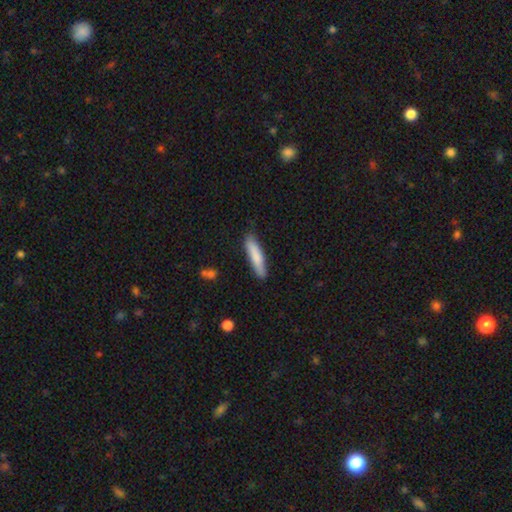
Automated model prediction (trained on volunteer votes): smooth-or-featured: smooth: 80% | featured or disk: 14% | star or artifact: 6%
  how-rounded: cigar-shaped: 84% | in between: 14% | round: 1%
  merging: none: 84% | minor disturbance: 12% | major disturbance: 2% | merger: 2%